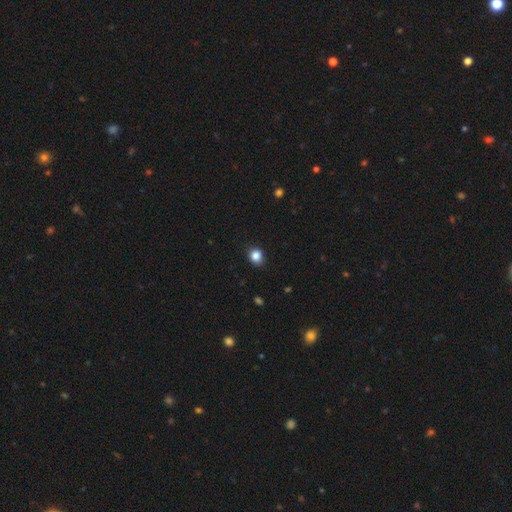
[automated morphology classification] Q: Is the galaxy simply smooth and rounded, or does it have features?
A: smooth — 86%.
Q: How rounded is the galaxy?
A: round — 70%.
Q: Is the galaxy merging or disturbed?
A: none — 87%.